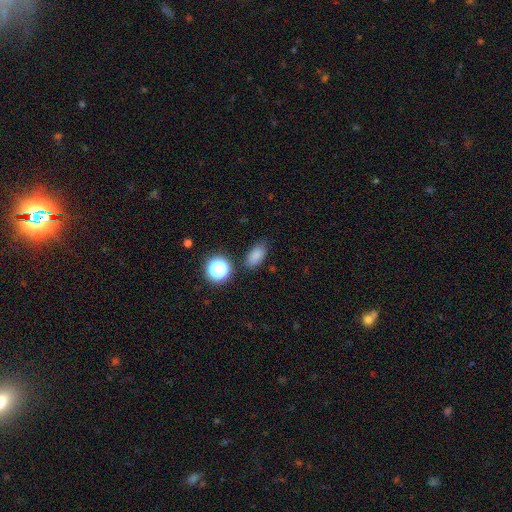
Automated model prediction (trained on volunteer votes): Smooth or featured?
  - smooth: 81% *
  - star or artifact: 13%
  - featured or disk: 6%
How rounded?
  - in between: 86% *
  - round: 11%
  - cigar-shaped: 3%
Merging?
  - none: 80% *
  - minor disturbance: 13%
  - major disturbance: 4%
  - merger: 3%